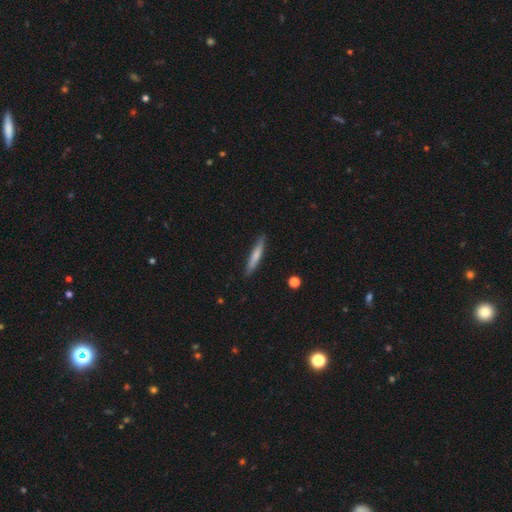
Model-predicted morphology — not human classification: A smooth galaxy with no disk features (66%) that is cigar-shaped (93%). Merging: none (88%).